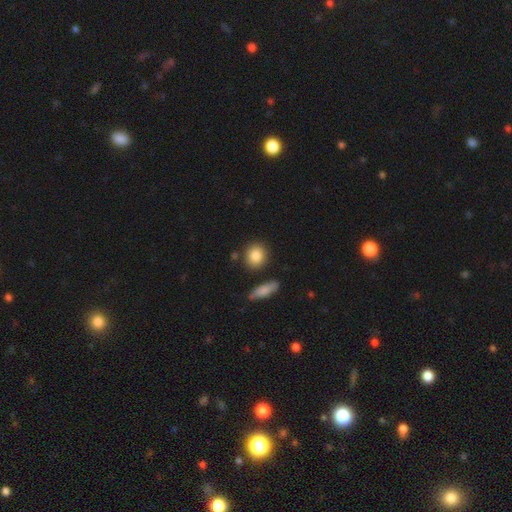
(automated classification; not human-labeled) smooth 85%, star or artifact 7%, featured or disk 7%. Down the decision tree: how rounded — round (77%); merging — none (83%).